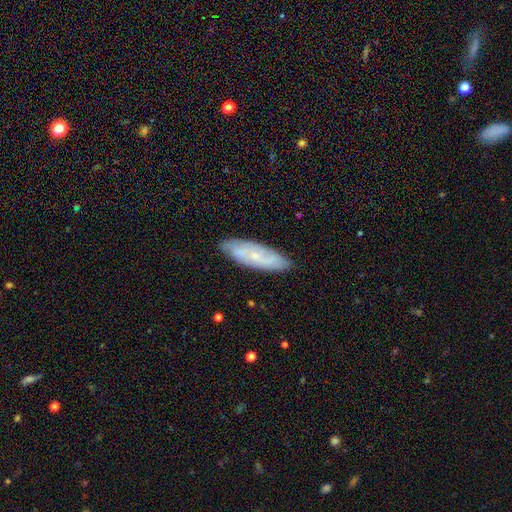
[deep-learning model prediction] A featured or disk galaxy (58%).

Vote fractions:
- Smooth or featured? featured or disk: 58% / smooth: 35% / star or artifact: 8%
- Edge-on disk? no: 78% / yes: 22%
- Merging? none: 84% / minor disturbance: 12% / major disturbance: 2% / merger: 1%